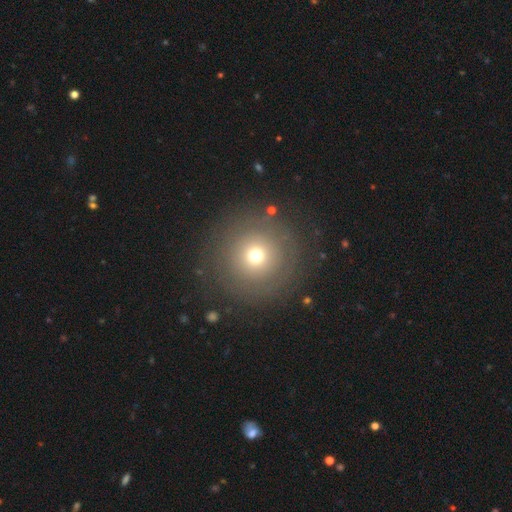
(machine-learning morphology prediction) Smooth or featured: smooth — 66% (star or artifact — 18%)
How rounded: round — 96% (in between — 3%)
Merging: none — 85% (minor disturbance — 8%)